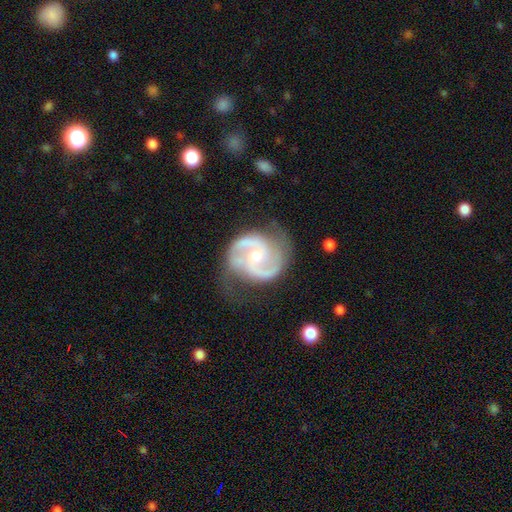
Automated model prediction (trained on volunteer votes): This appears to be a featured or disk galaxy (91%) with no bar (52%), 2 (90%) medium (58%) spiral arms (98%) and a moderate central bulge (52%). Merging: none (68%).